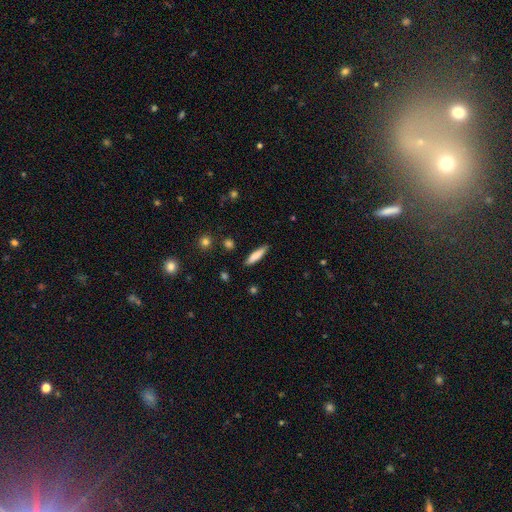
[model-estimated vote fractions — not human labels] This appears to be a smooth galaxy with no disk features (80%) that is cigar-shaped (78%). Merging: none (88%).